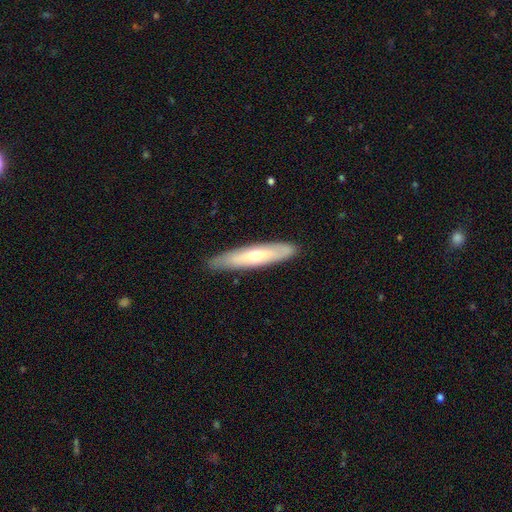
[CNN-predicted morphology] type=smooth (51%); roundness=cigar-shaped (82%); merging=none (87%).